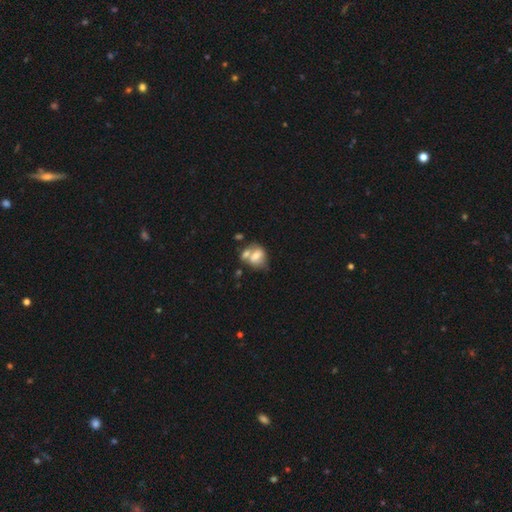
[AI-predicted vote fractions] A smooth galaxy with no disk features (55%) that is in between round and cigar-shaped (53%). Merging: merger (50%).